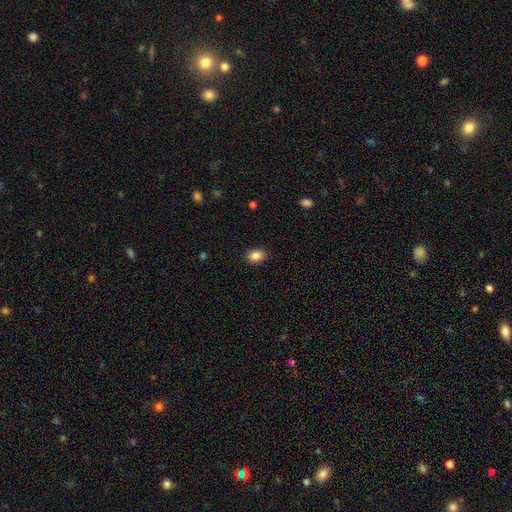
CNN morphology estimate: This appears to be a smooth galaxy with no disk features (86%) that is in between round and cigar-shaped (72%). Merging: none (88%).